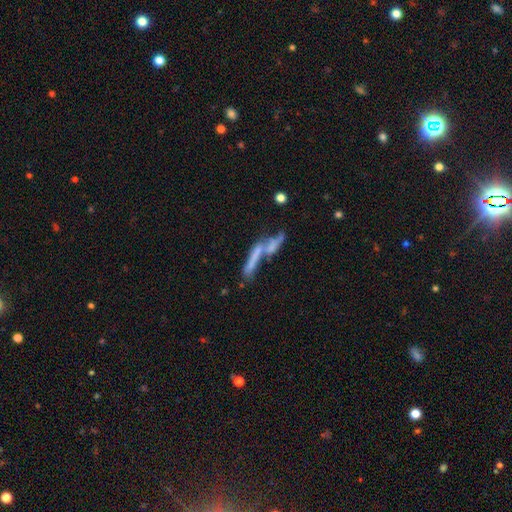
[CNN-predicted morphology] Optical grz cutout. It shows a featured or disk galaxy (47%). Merging: merger (52%).